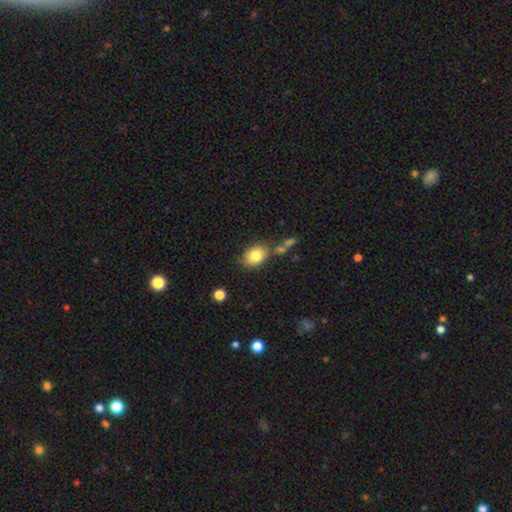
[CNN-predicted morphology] smooth 82%, featured or disk 10%, star or artifact 8%. Down the decision tree: how rounded — in between (64%); merging — none (67%).